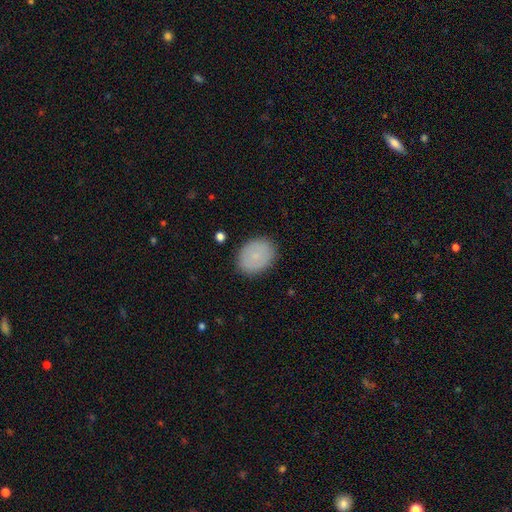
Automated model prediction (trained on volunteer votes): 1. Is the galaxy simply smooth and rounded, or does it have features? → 79% smooth, 14% featured or disk, 7% star or artifact.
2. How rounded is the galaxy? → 63% in between, 36% round, 1% cigar-shaped.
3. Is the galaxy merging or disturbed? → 87% none, 9% minor disturbance, 2% major disturbance, 1% merger.